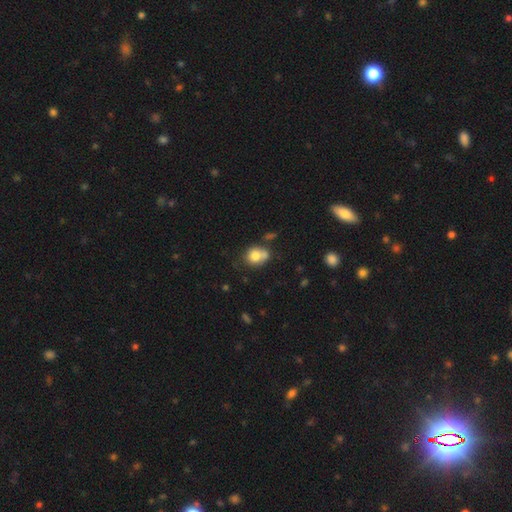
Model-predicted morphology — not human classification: Q: Smooth or featured?
A: smooth (77%); runner-up: featured or disk (13%)
Q: How rounded?
A: round (66%); runner-up: in between (33%)
Q: Merging?
A: none (43%); runner-up: merger (29%)